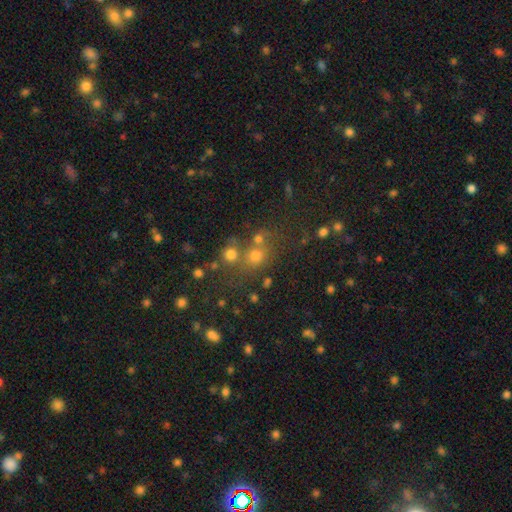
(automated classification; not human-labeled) The model was most divided on "merging": none: 55%, merger: 30%, minor disturbance: 10%, major disturbance: 5%. More confident: how rounded — round (78%); smooth or featured — smooth (65%).